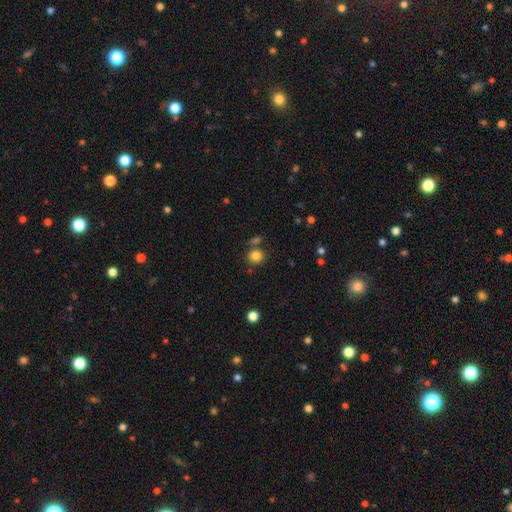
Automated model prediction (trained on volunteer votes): smooth-or-featured: smooth: 83% | star or artifact: 12% | featured or disk: 5%
  how-rounded: round: 74% | in between: 25% | cigar-shaped: 1%
  merging: none: 74% | merger: 12% | minor disturbance: 10% | major disturbance: 4%